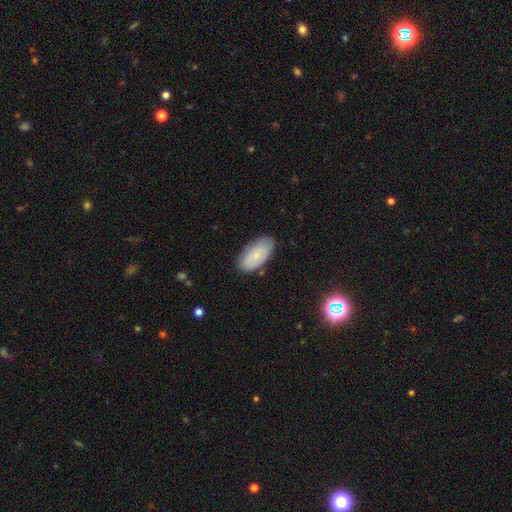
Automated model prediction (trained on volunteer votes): This appears to be a smooth galaxy with no disk features (78%) that is in between round and cigar-shaped (93%). Merging: none (79%).